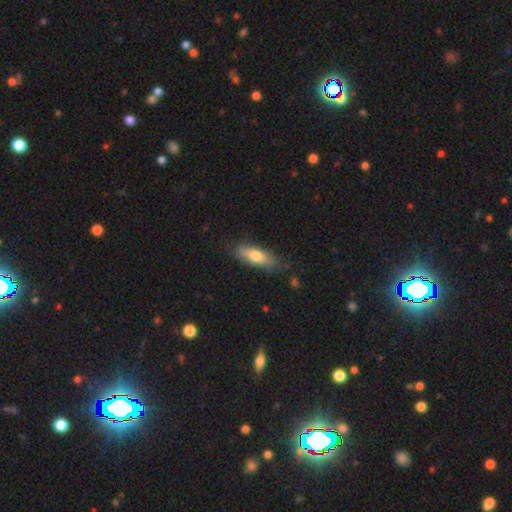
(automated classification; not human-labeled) Q: Smooth or featured?
A: smooth (68%); runner-up: featured or disk (25%)
Q: How rounded?
A: in between (59%); runner-up: cigar-shaped (38%)
Q: Merging?
A: none (72%); runner-up: minor disturbance (22%)